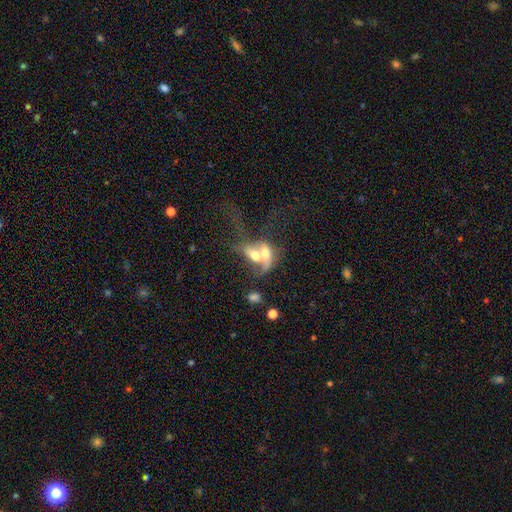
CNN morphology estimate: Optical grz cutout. It shows a featured or disk galaxy (47%). Merging: merger (76%).